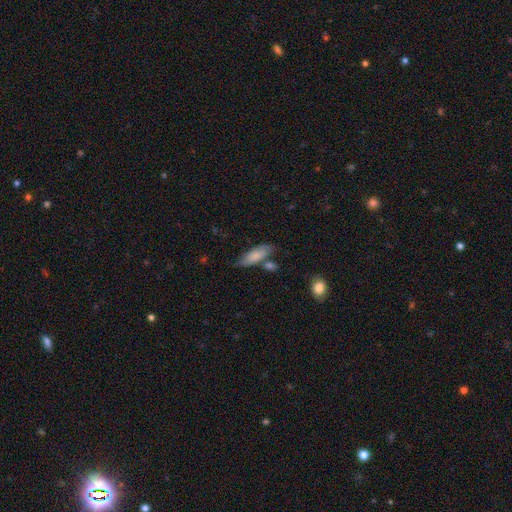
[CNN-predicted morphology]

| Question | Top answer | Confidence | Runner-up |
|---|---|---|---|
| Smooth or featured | smooth | 75% | featured or disk (19%) |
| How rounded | in between | 68% | cigar-shaped (29%) |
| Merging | none | 60% | minor disturbance (21%) |